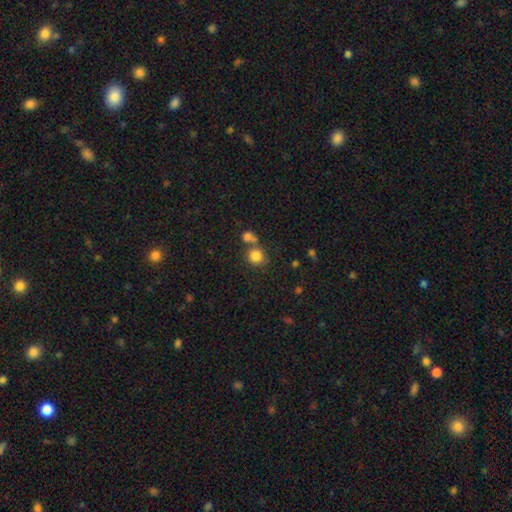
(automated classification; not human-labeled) This is clearly a smooth galaxy (82%). How rounded: clearly round (85%). Merging: possibly none (56%).